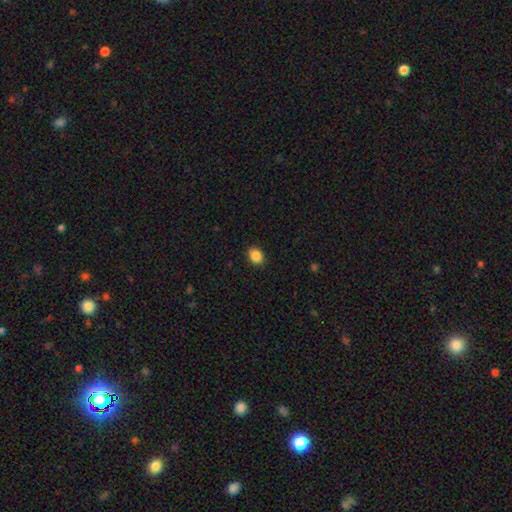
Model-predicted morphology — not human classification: type=smooth (88%); roundness=in between (67%); merging=none (90%).